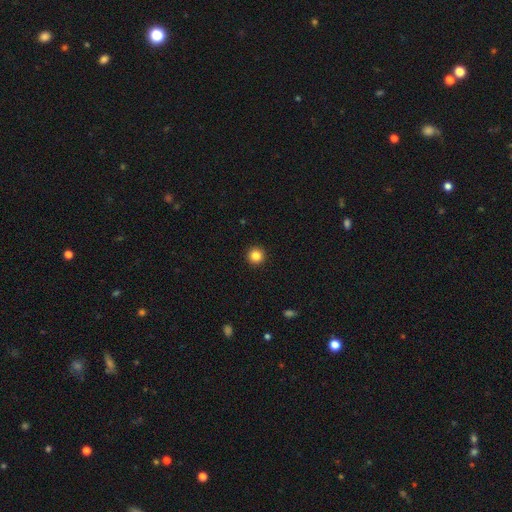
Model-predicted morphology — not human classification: A smooth galaxy with no disk features (85%) that is round (96%).

Vote fractions:
- Smooth or featured? smooth: 85% / star or artifact: 11% / featured or disk: 4%
- How rounded? round: 96% / in between: 3% / cigar-shaped: 1%
- Merging? none: 94% / minor disturbance: 4% / major disturbance: 1% / merger: 1%